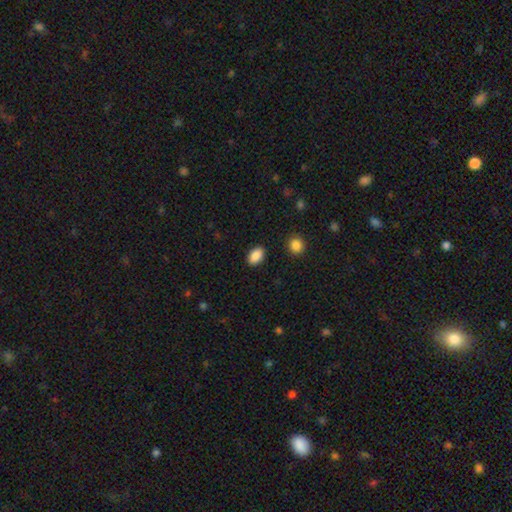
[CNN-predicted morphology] Smooth or featured? Predicted: smooth (p=0.88). How rounded? Predicted: in between (p=0.88). Merging? Predicted: none (p=0.88).